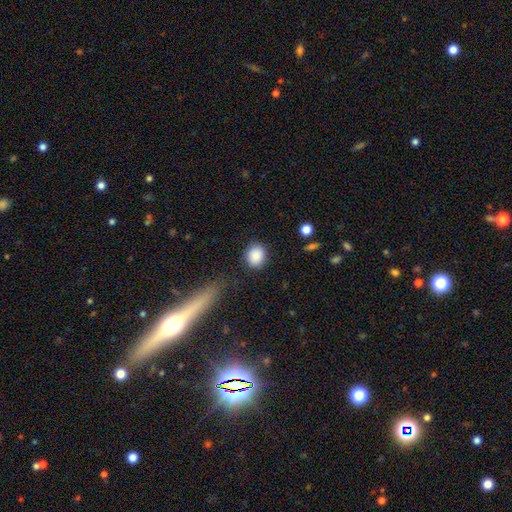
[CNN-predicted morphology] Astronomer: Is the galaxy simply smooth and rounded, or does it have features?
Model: smooth — 88%.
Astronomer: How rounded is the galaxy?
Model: round — 66%.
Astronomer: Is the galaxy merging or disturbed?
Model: none — 84%.